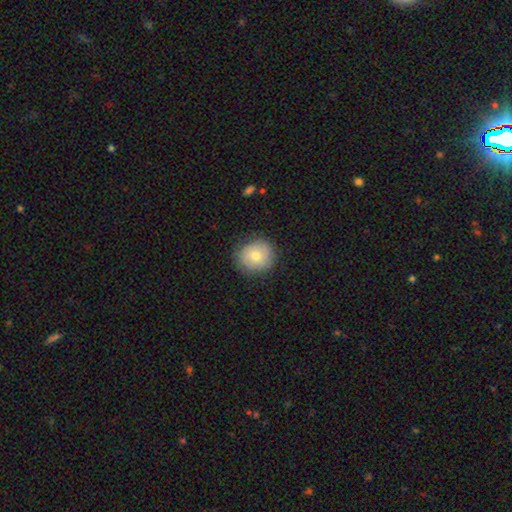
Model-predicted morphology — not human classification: This appears to be a smooth galaxy with no disk features (73%) that is round (85%). Merging: none (83%).